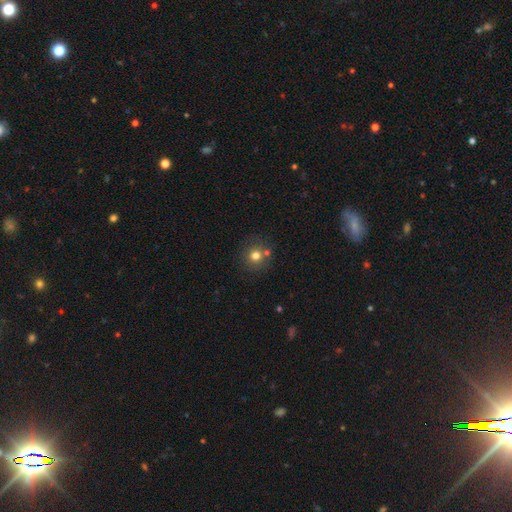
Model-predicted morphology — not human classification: A smooth galaxy with no disk features (76%) that is round (91%).

Vote fractions:
- Smooth or featured? smooth: 76% / star or artifact: 14% / featured or disk: 10%
- How rounded? round: 91% / in between: 8% / cigar-shaped: 1%
- Merging? none: 73% / merger: 15% / minor disturbance: 8% / major disturbance: 3%